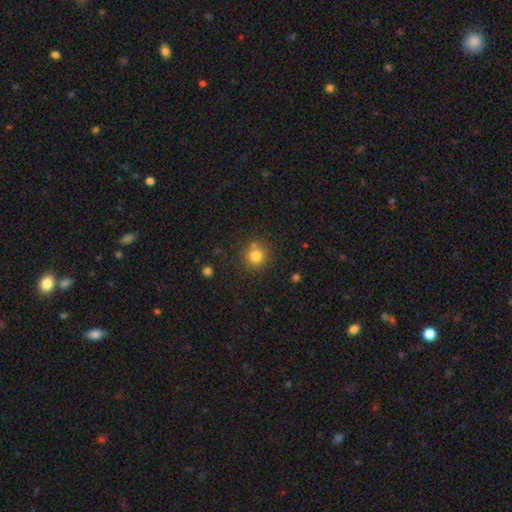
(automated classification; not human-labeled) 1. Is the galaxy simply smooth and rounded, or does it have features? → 80% smooth, 13% star or artifact, 7% featured or disk.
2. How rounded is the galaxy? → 92% round, 7% in between, 1% cigar-shaped.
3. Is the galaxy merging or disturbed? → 76% none, 11% minor disturbance, 9% merger, 3% major disturbance.